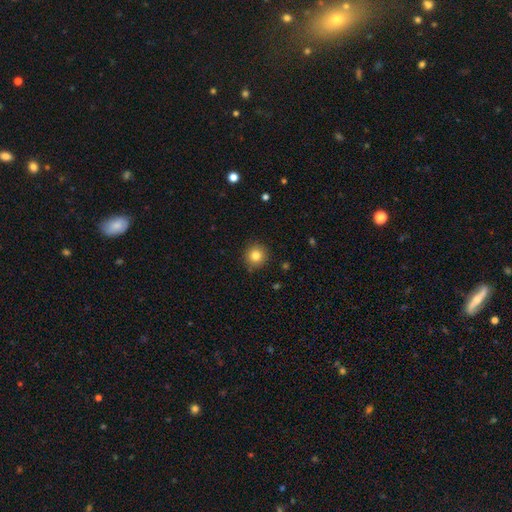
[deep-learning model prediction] Q: Smooth or featured?
A: smooth (83%); runner-up: star or artifact (11%)
Q: How rounded?
A: round (94%); runner-up: in between (5%)
Q: Merging?
A: none (90%); runner-up: minor disturbance (7%)